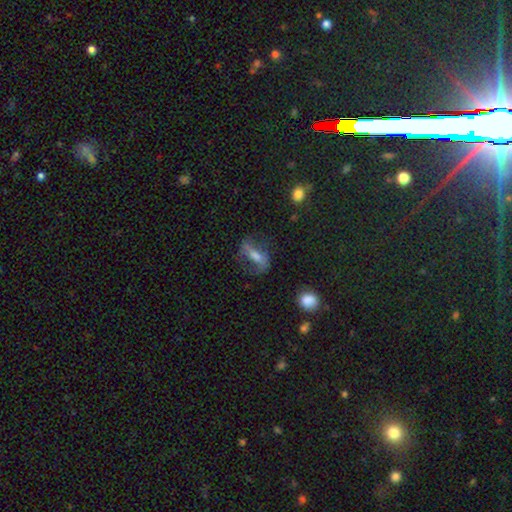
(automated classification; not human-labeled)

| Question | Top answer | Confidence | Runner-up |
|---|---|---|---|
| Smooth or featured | featured or disk | 53% | smooth (35%) |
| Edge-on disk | no | 77% | yes (23%) |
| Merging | none | 60% | minor disturbance (19%) |